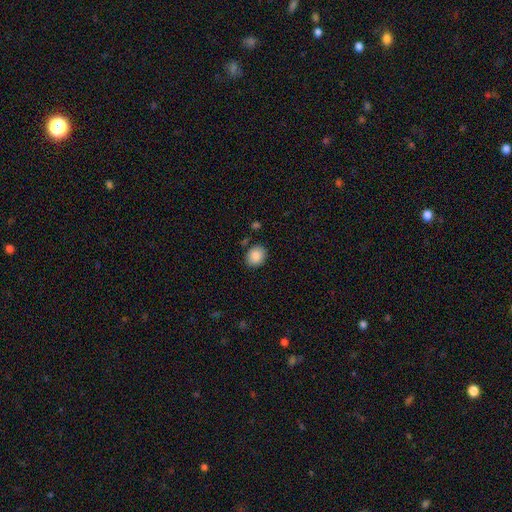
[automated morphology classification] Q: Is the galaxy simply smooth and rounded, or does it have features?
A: smooth — 88%.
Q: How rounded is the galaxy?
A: round — 57%.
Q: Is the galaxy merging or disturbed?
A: none — 84%.